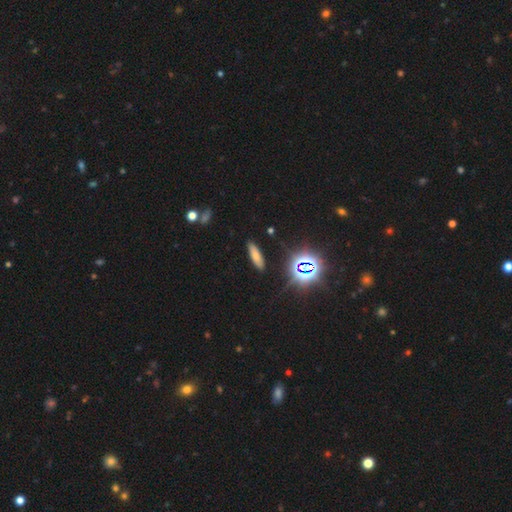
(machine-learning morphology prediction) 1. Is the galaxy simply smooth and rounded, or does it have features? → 64% smooth, 22% star or artifact, 14% featured or disk.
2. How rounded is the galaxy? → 56% cigar-shaped, 40% in between, 4% round.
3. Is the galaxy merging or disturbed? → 88% none, 8% minor disturbance, 2% major disturbance, 2% merger.